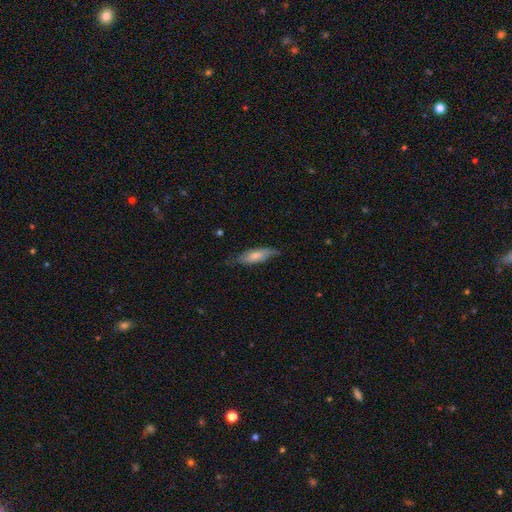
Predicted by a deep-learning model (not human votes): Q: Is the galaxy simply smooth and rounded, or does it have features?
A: smooth — 62%.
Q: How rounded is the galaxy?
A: in between — 60%.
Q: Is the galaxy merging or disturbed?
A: none — 62%.